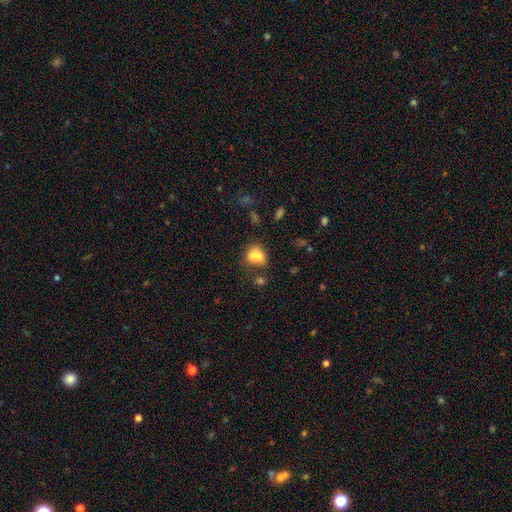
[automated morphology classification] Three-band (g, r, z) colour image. It shows a smooth galaxy with no disk features (71%) that is round (54%). Merging: merger (55%).